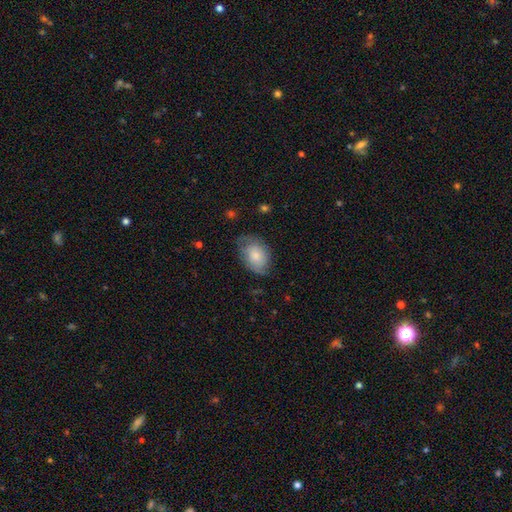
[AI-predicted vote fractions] Smooth or featured?
  - smooth: 69% *
  - featured or disk: 24%
  - star or artifact: 7%
How rounded?
  - in between: 77% *
  - round: 22%
  - cigar-shaped: 1%
Merging?
  - none: 54% *
  - minor disturbance: 32%
  - major disturbance: 12%
  - merger: 1%